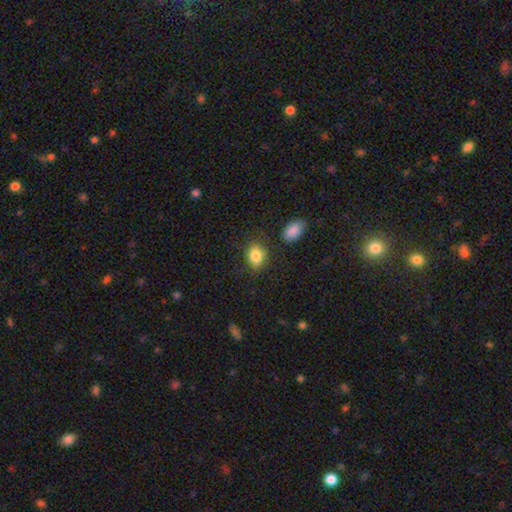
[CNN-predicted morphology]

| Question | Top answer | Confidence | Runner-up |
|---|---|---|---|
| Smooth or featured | smooth | 84% | star or artifact (9%) |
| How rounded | in between | 66% | round (33%) |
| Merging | none | 71% | minor disturbance (19%) |